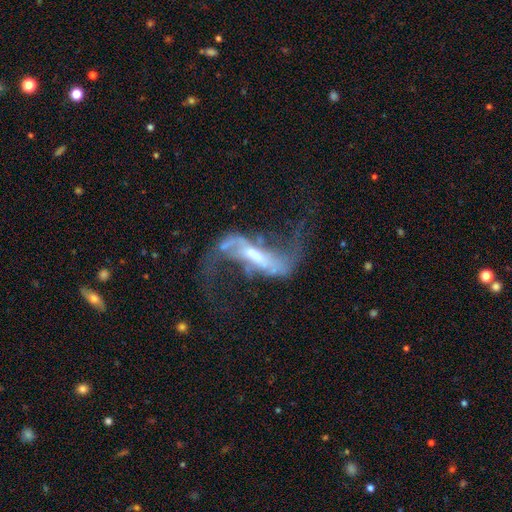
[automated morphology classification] smooth-or-featured: featured or disk: 86% | smooth: 8% | star or artifact: 7%
  disk-edge-on: no: 89% | yes: 11%
    bar: strong: 46% | weak: 33% | no: 21%
    has-spiral-arms: yes: 91% | no: 9%
      spiral-winding: loose: 85% | medium: 11% | tight: 3%
      spiral-arm-count: 2: 90% | can't tell: 4% | 1: 3% | 3: 1% | 4: 1% | more than 4: 1%
    bulge-size: small: 51% | moderate: 40% | large: 4% | none: 4% | dominant: 1%
  merging: none: 46% | major disturbance: 31% | minor disturbance: 15% | merger: 9%